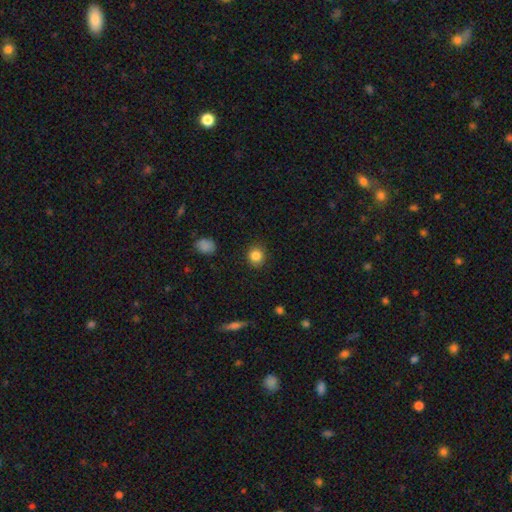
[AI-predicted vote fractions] Q: Smooth or featured?
A: smooth (85%); runner-up: star or artifact (10%)
Q: How rounded?
A: round (86%); runner-up: in between (13%)
Q: Merging?
A: none (90%); runner-up: minor disturbance (7%)